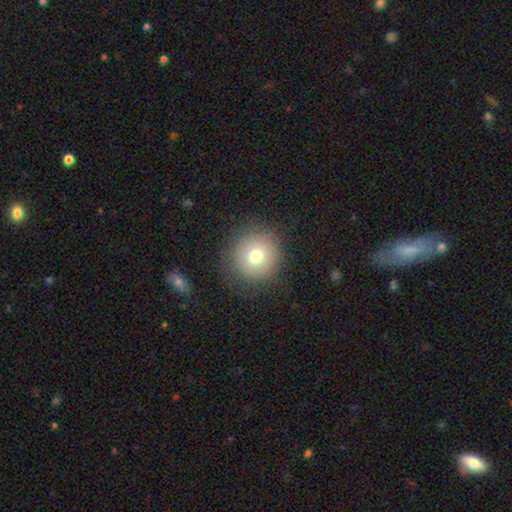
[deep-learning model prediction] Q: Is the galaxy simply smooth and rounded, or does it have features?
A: smooth — 72%.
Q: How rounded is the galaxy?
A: round — 93%.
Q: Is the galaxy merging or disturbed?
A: none — 85%.